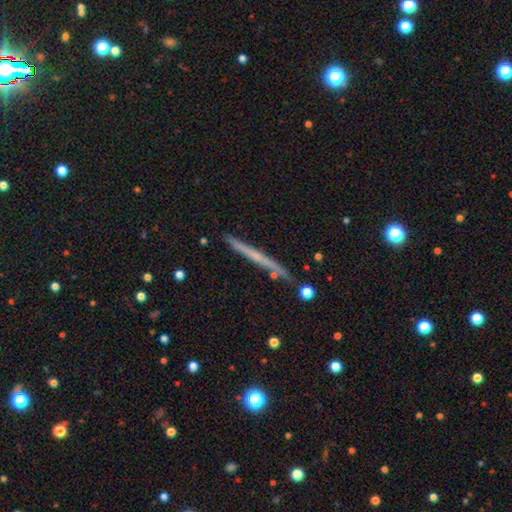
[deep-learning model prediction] A featured or disk galaxy (57%) viewed edge-on (97%) with no central bulge (82%). Merging: none (87%).